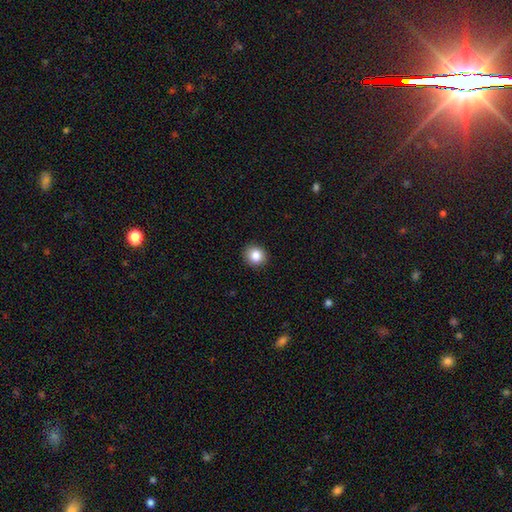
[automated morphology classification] Smooth or featured? smooth (85%)
How rounded? round (82%)
Merging? none (91%)